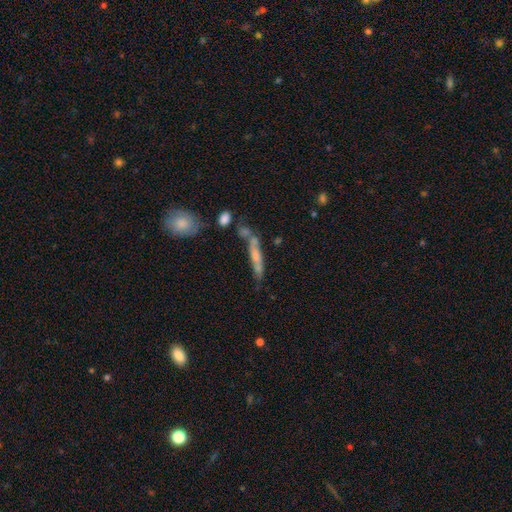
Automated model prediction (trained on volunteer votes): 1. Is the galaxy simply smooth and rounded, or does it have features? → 47% featured or disk, 43% smooth, 10% star or artifact.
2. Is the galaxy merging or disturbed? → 49% none, 22% merger, 20% minor disturbance, 9% major disturbance.